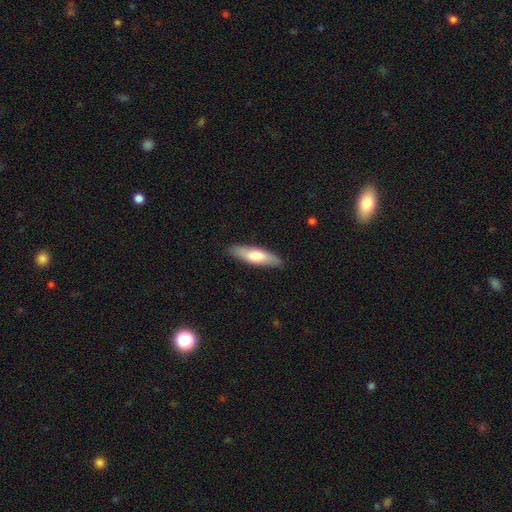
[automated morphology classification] A smooth galaxy with no disk features (66%) that is cigar-shaped (64%). Merging: none (87%).